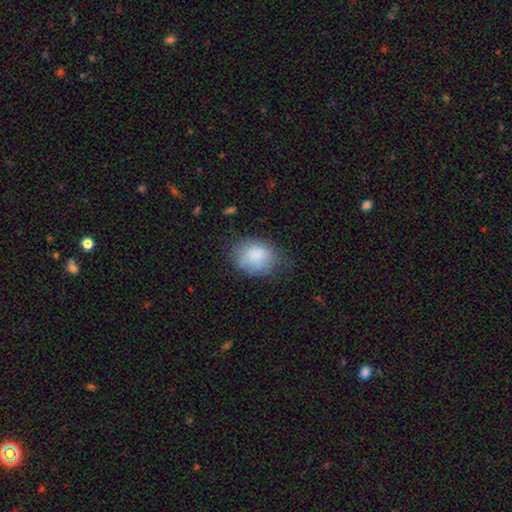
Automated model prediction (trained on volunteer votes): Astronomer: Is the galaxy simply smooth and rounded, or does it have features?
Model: smooth — 83%.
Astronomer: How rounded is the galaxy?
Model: in between — 64%.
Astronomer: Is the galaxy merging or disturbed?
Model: none — 55% (runner-up: minor disturbance, 31%).